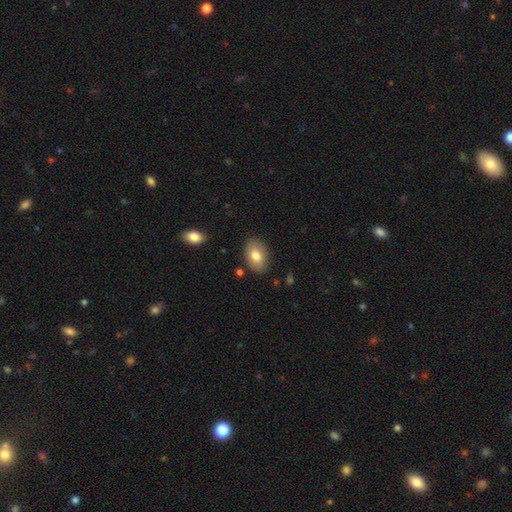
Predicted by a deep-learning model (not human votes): A smooth galaxy with no disk features (76%) that is in between round and cigar-shaped (89%). Merging: none (85%).